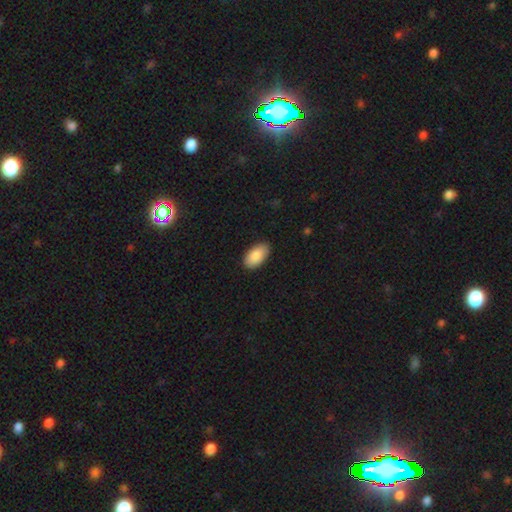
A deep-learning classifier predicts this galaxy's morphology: Q: Smooth or featured?
A: smooth (88%); runner-up: star or artifact (6%)
Q: How rounded?
A: in between (96%); runner-up: round (3%)
Q: Merging?
A: none (88%); runner-up: minor disturbance (9%)